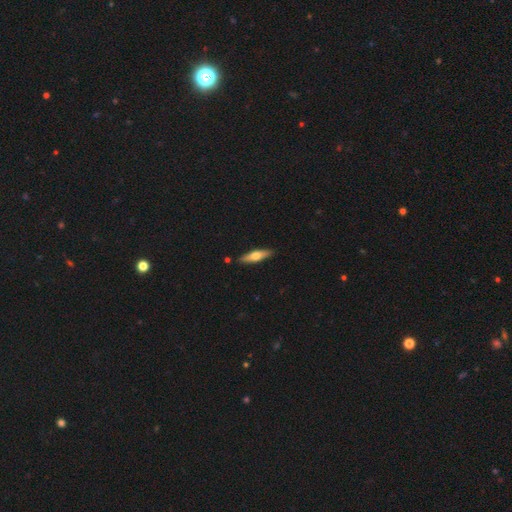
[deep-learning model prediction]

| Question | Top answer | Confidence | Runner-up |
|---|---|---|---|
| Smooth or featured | smooth | 53% | featured or disk (42%) |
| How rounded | cigar-shaped | 71% | in between (27%) |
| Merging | none | 88% | minor disturbance (8%) |